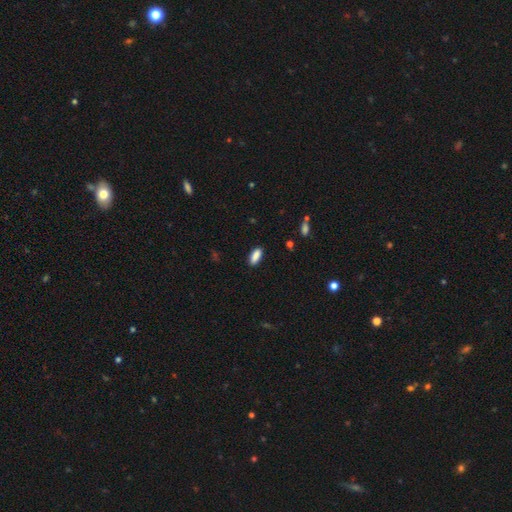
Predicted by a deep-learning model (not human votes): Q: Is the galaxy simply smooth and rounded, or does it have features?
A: smooth — 88%.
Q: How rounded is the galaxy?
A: in between — 78%.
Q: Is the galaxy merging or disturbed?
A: none — 88%.